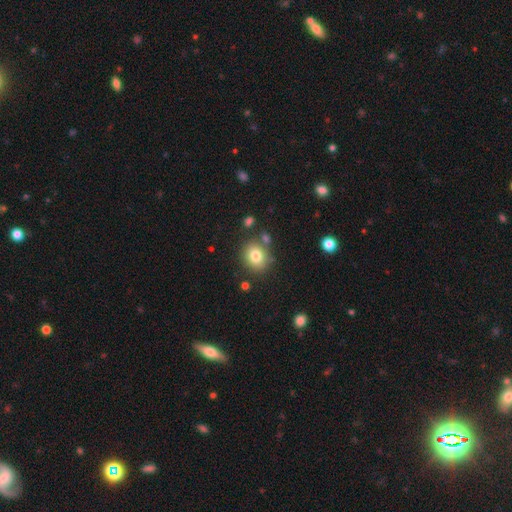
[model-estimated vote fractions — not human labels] Smooth or featured: smooth — 79% (star or artifact — 11%)
How rounded: round — 68% (in between — 31%)
Merging: none — 79% (minor disturbance — 10%)